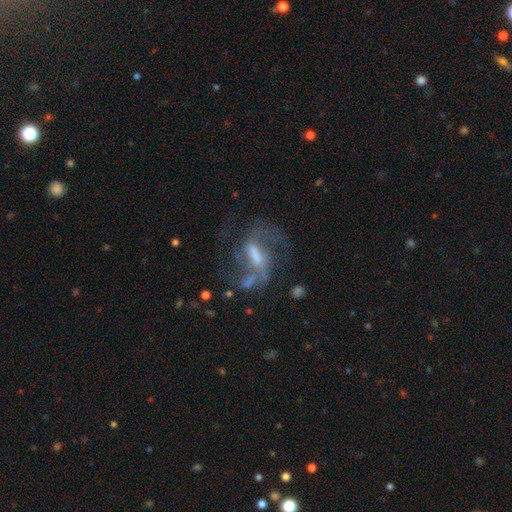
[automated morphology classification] This appears to be a featured or disk galaxy (81%) with a weak bar (44%), 2 (72%) loose (45%) spiral arms (89%) and a moderate central bulge (39%). Merging: none (50%).